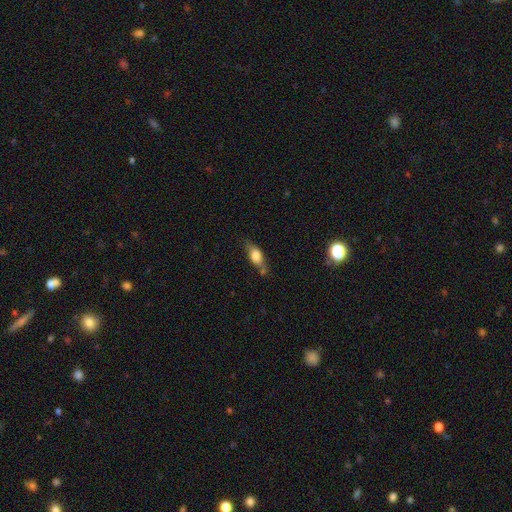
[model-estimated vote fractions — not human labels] Smooth or featured: smooth — 64% (featured or disk — 27%)
How rounded: in between — 72% (cigar-shaped — 21%)
Merging: none — 56% (minor disturbance — 27%)